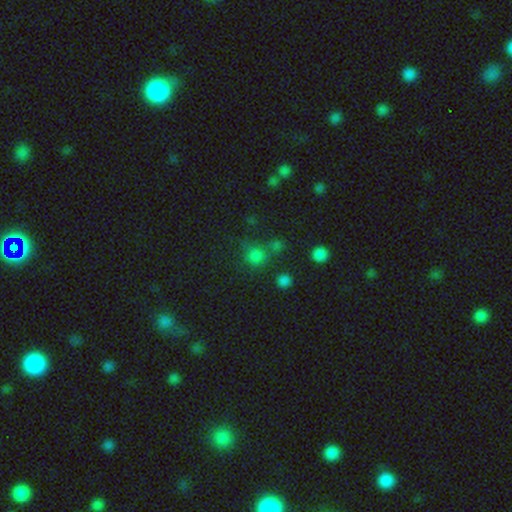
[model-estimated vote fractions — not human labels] This is likely a smooth galaxy (67%). How rounded: clearly round (89%). Merging: possibly none (60%).